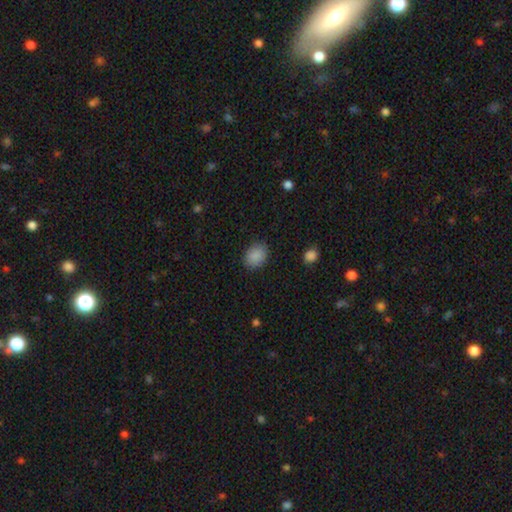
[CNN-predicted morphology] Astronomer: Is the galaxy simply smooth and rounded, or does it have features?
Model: smooth — 88%.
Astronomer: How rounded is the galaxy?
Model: in between — 55% (runner-up: round, 45%).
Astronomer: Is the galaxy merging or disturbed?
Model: none — 84%.